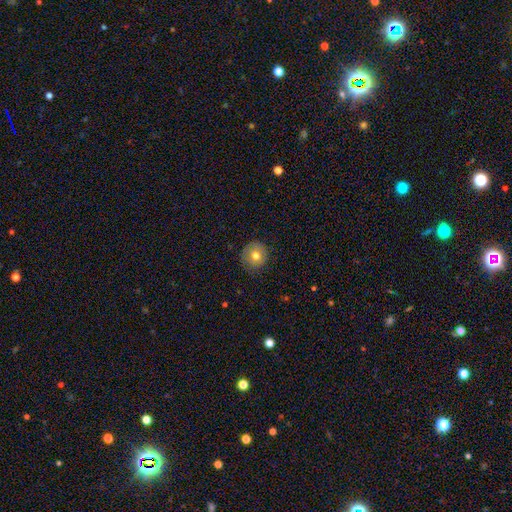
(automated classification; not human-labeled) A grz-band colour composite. It shows a smooth galaxy with no disk features (73%) that is round (90%). Merging: none (84%).